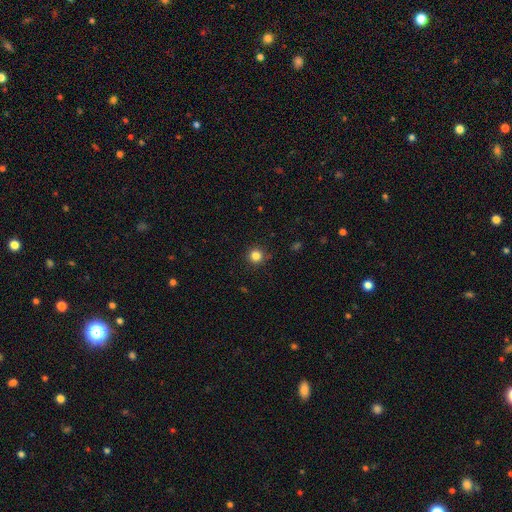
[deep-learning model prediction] Morphology: type=smooth (83%); roundness=round (95%); merging=none (90%).